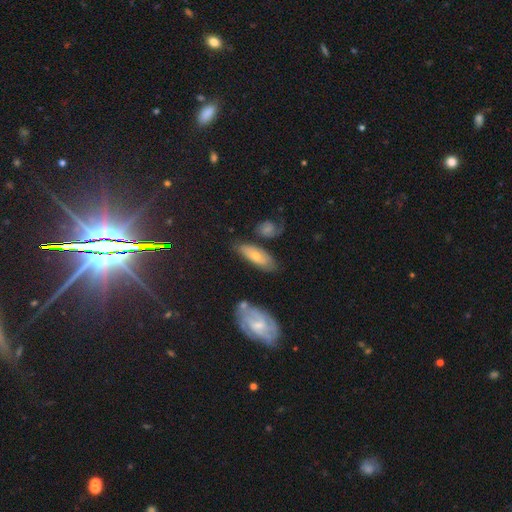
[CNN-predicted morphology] A smooth galaxy with no disk features (54%) that is in between round and cigar-shaped (70%). Merging: none (66%).